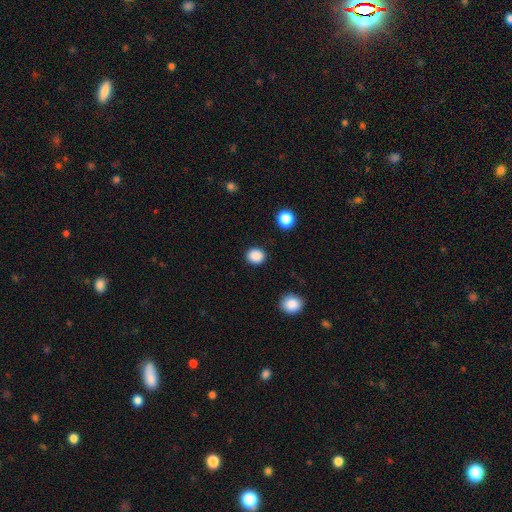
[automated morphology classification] This appears to be a smooth galaxy with no disk features (88%) that is round (79%). Merging: none (90%).